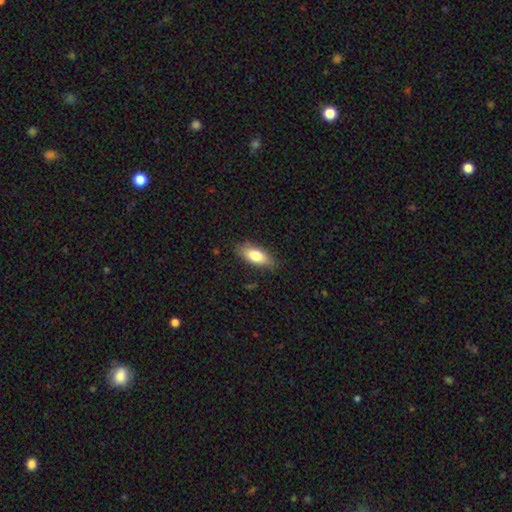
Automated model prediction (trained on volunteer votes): Smooth or featured? Predicted: smooth (p=0.77). How rounded? Predicted: in between (p=0.79). Merging? Predicted: none (p=0.82).